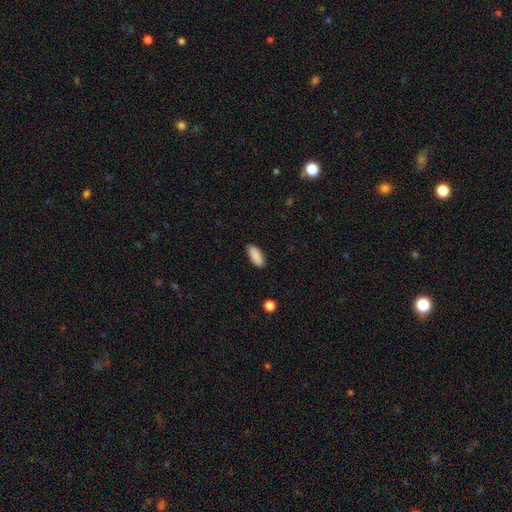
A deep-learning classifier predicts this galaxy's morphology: The model was most divided on "how rounded": in between: 81%, cigar-shaped: 18%, round: 2%. More confident: smooth or featured — smooth (89%); merging — none (87%).